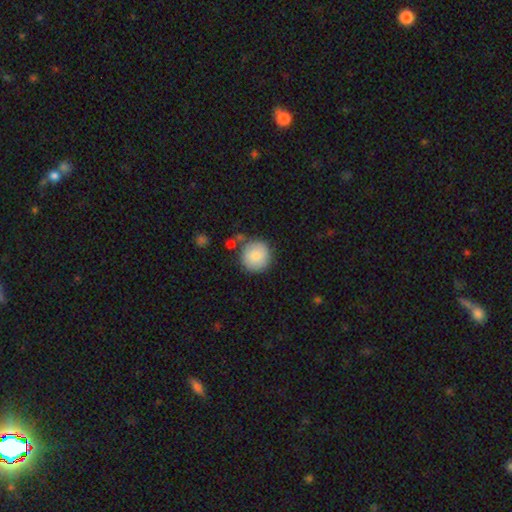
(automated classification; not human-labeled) A smooth galaxy with no disk features (85%) that is round (94%). Merging: none (78%).